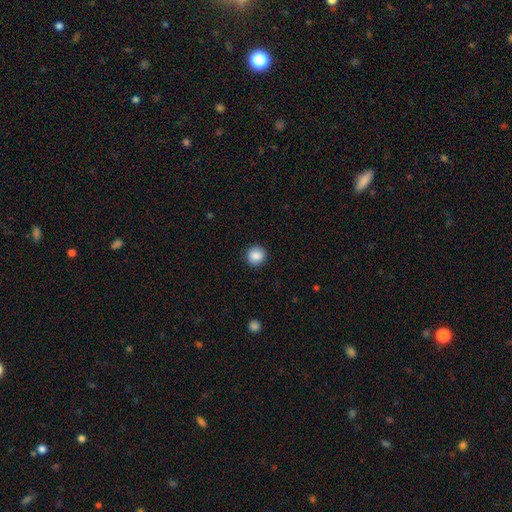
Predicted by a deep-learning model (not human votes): smooth_or_featured: smooth (p=0.87) [alt: star or artifact p=0.09]
how_rounded: round (p=0.92) [alt: in between p=0.07]
merging: none (p=0.91) [alt: minor disturbance p=0.06]